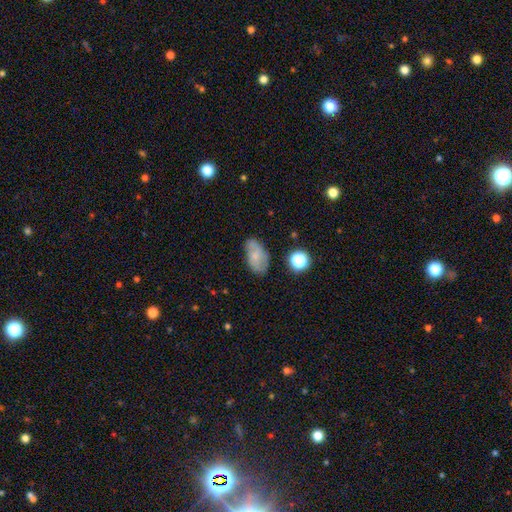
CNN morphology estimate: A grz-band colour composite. It shows a smooth galaxy with no disk features (62%) that is in between round and cigar-shaped (91%). Merging: none (65%).